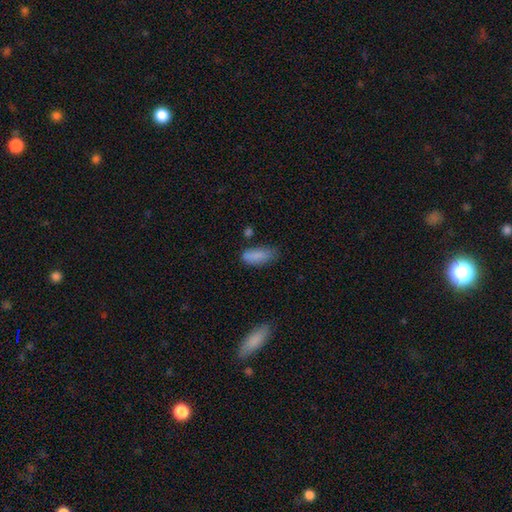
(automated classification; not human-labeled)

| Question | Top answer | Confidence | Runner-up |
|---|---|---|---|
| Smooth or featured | smooth | 85% | star or artifact (8%) |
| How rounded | in between | 80% | cigar-shaped (18%) |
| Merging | none | 59% | minor disturbance (30%) |